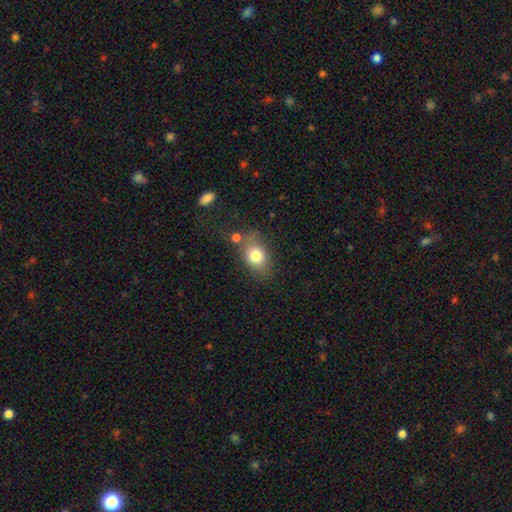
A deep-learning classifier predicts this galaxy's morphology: A smooth galaxy with no disk features (78%) that is in between round and cigar-shaped (68%).

Vote fractions:
- Smooth or featured? smooth: 78% / featured or disk: 13% / star or artifact: 10%
- How rounded? in between: 68% / round: 30% / cigar-shaped: 2%
- Merging? none: 64% / minor disturbance: 18% / merger: 11% / major disturbance: 7%